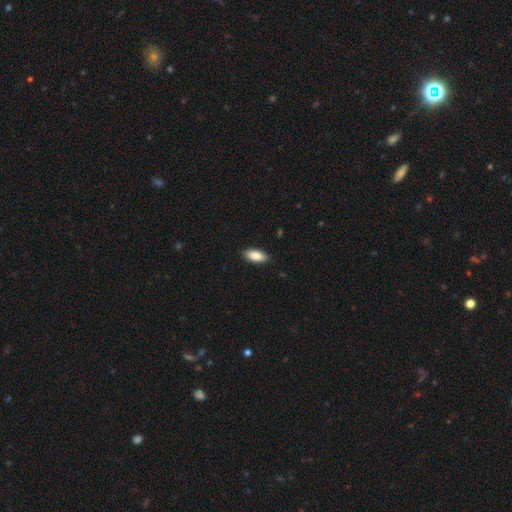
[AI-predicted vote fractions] Smooth or featured? Predicted: smooth (p=0.87). How rounded? Predicted: in between (p=0.84). Merging? Predicted: none (p=0.88).